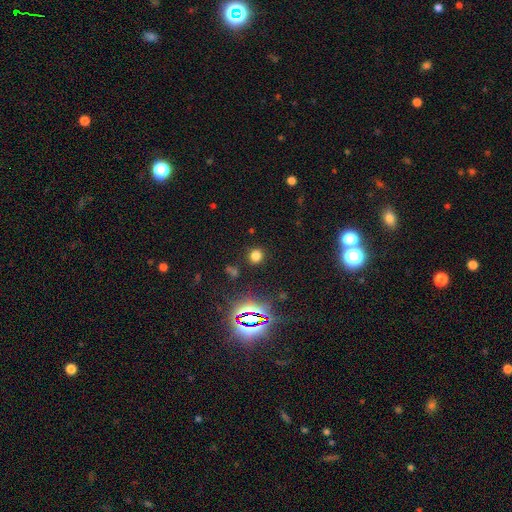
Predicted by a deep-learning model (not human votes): smooth_or_featured: smooth (p=0.70) [alt: star or artifact p=0.24]
how_rounded: round (p=0.79) [alt: in between p=0.20]
merging: none (p=0.87) [alt: minor disturbance p=0.07]